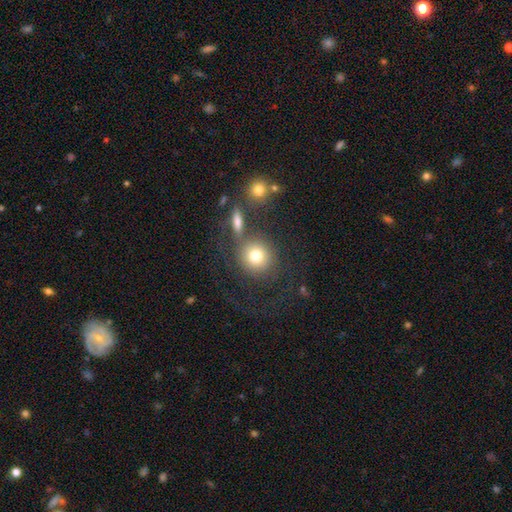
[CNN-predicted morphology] A smooth galaxy with no disk features (76%) that is round (86%).

Vote fractions:
- Smooth or featured? smooth: 76% / featured or disk: 13% / star or artifact: 11%
- How rounded? round: 86% / in between: 13% / cigar-shaped: 1%
- Merging? none: 62% / merger: 18% / minor disturbance: 11% / major disturbance: 8%